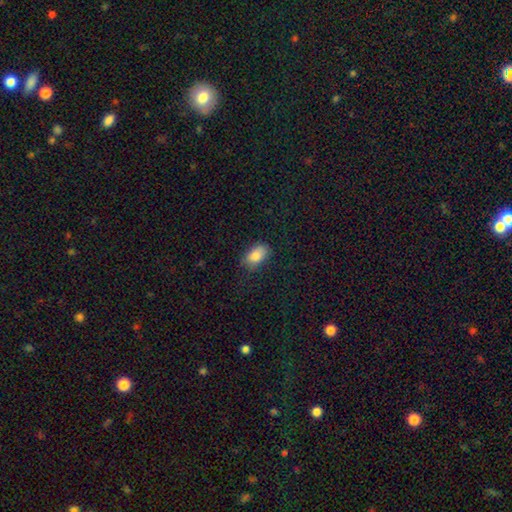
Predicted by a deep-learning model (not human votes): Q: Smooth or featured?
A: smooth (83%); runner-up: featured or disk (9%)
Q: How rounded?
A: in between (90%); runner-up: round (8%)
Q: Merging?
A: none (75%); runner-up: minor disturbance (19%)